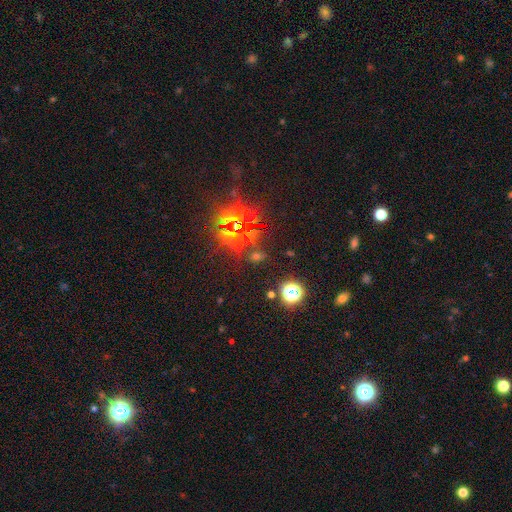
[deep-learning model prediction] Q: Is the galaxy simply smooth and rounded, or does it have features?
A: star or artifact — 80%.